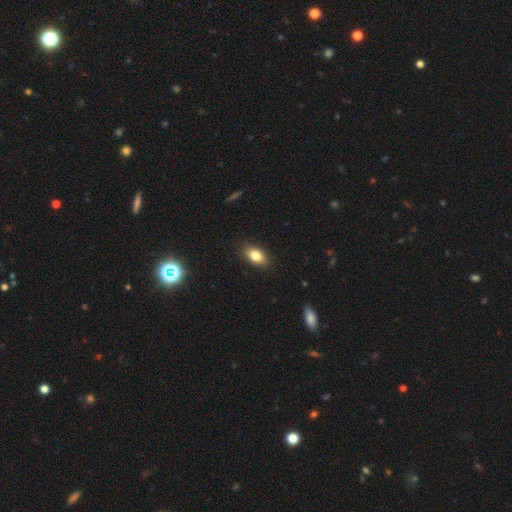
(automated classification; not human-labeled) smooth_or_featured: smooth (p=0.81) [alt: featured or disk p=0.10]
how_rounded: in between (p=0.86) [alt: round p=0.12]
merging: none (p=0.86) [alt: minor disturbance p=0.11]